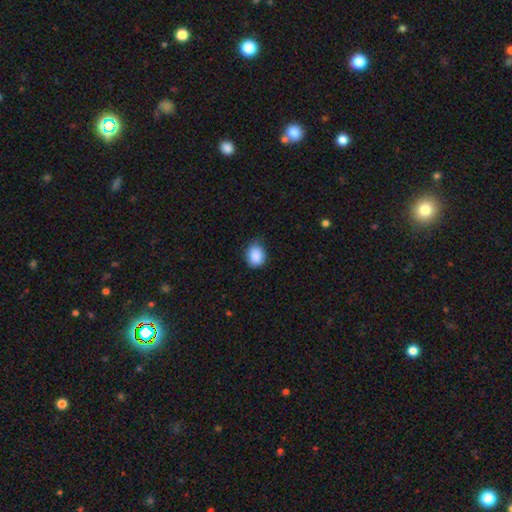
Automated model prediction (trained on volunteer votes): Smooth or featured? Predicted: smooth (p=0.88). How rounded? Predicted: round (p=0.61). Merging? Predicted: none (p=0.71).